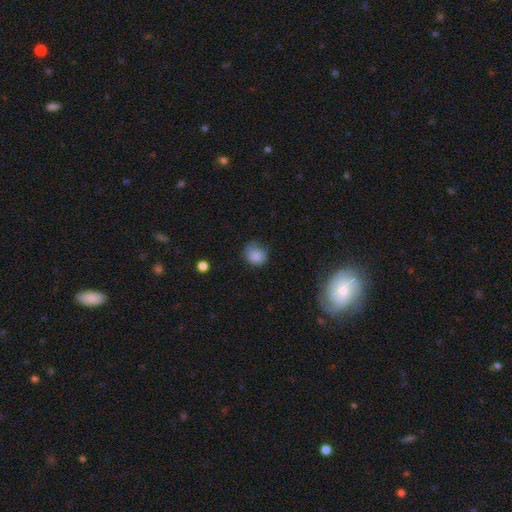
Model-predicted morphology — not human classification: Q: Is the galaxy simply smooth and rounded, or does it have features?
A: smooth — 85%.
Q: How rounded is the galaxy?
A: round — 71%.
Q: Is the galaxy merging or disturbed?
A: none — 61%.